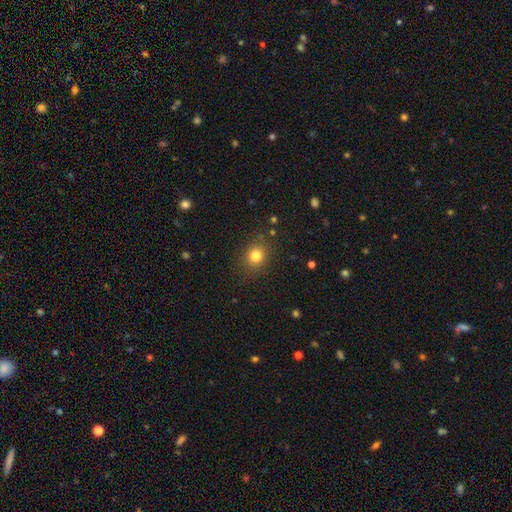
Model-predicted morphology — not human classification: Smooth or featured?
  - smooth: 80% *
  - star or artifact: 13%
  - featured or disk: 7%
How rounded?
  - round: 71% *
  - in between: 28%
  - cigar-shaped: 1%
Merging?
  - none: 85% *
  - minor disturbance: 10%
  - major disturbance: 4%
  - merger: 2%